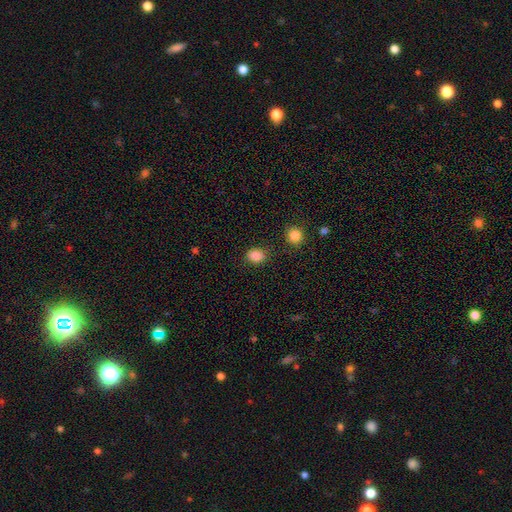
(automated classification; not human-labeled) smooth_or_featured: smooth (p=0.87) [alt: star or artifact p=0.10]
how_rounded: in between (p=0.54) [alt: round p=0.45]
merging: none (p=0.82) [alt: minor disturbance p=0.11]